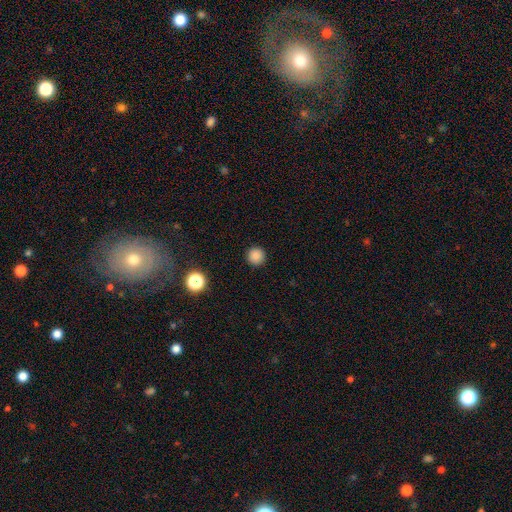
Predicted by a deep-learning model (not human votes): Overall: smooth (85%). How rounded: round (96%). Merging: none (93%).